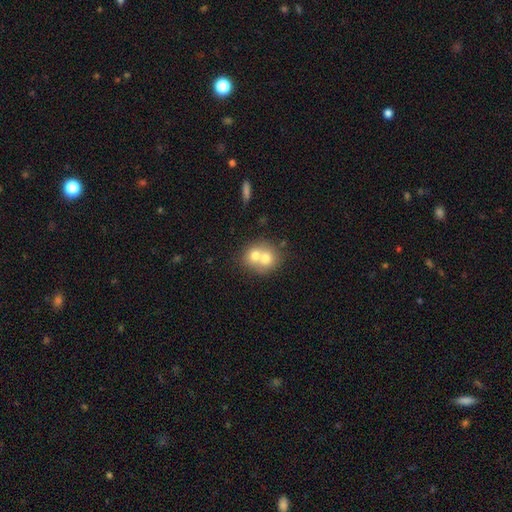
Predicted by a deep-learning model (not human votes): This appears to be a smooth galaxy with no disk features (65%) that is round (76%). Merging: merger (67%).